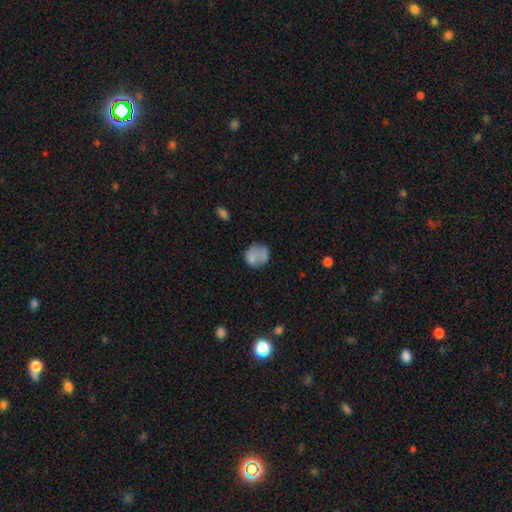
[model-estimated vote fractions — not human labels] This is likely a smooth galaxy (73%). How rounded: likely round (74%). Merging: possibly none (54%).